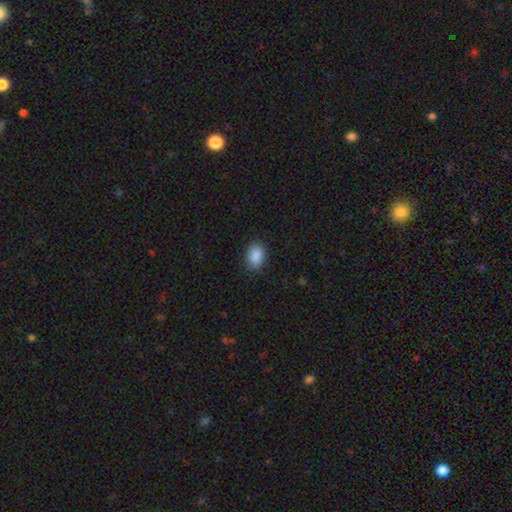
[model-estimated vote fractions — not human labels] A smooth galaxy with no disk features (89%) that is in between round and cigar-shaped (81%).

Vote fractions:
- Smooth or featured? smooth: 89% / star or artifact: 8% / featured or disk: 3%
- How rounded? in between: 81% / round: 18% / cigar-shaped: 1%
- Merging? none: 87% / minor disturbance: 9% / major disturbance: 2% / merger: 1%